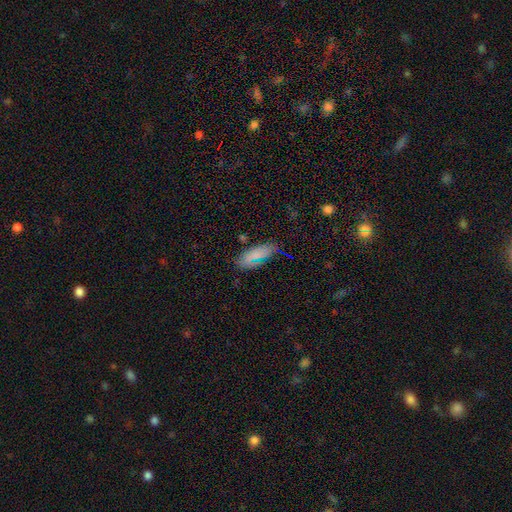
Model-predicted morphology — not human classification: Smooth or featured? Predicted: smooth (p=0.77). How rounded? Predicted: in between (p=0.74). Merging? Predicted: none (p=0.76).